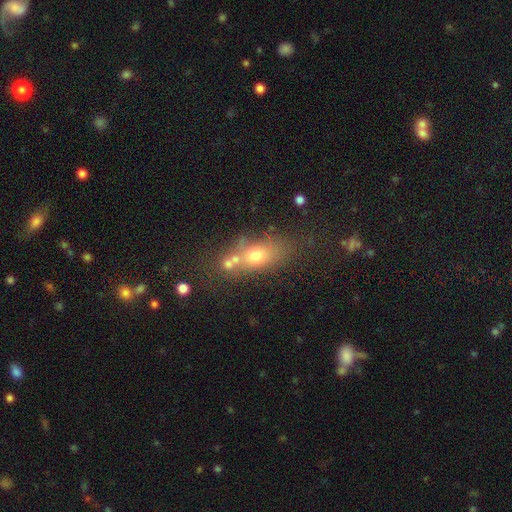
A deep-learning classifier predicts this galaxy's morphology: smooth_or_featured: smooth (p=0.63) [alt: featured or disk p=0.22]
how_rounded: in between (p=0.63) [alt: round p=0.26]
merging: none (p=0.47) [alt: merger p=0.30]